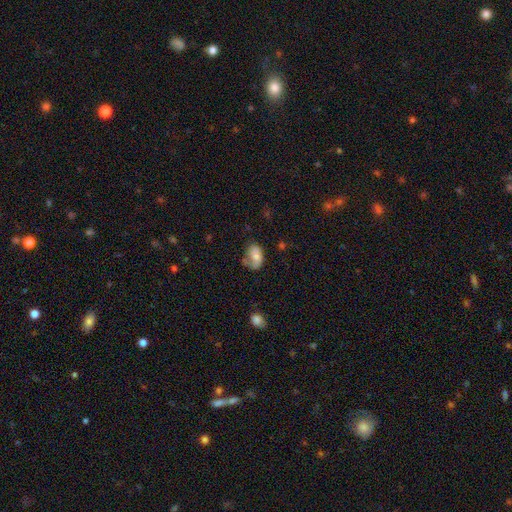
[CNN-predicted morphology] smooth 51%, featured or disk 40%, star or artifact 8%. Down the decision tree: how rounded — in between (83%); merging — none (41%).